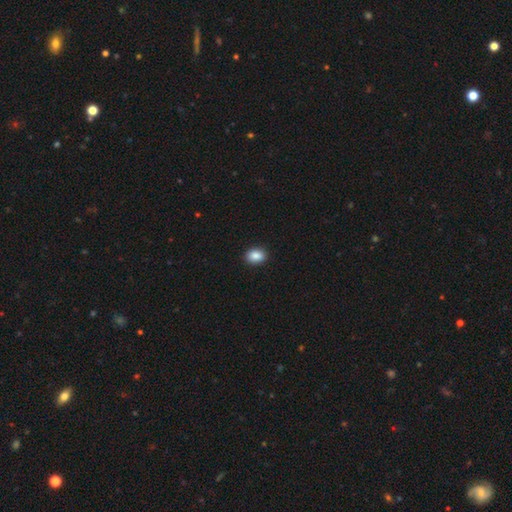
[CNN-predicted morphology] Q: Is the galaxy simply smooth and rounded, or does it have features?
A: smooth — 88%.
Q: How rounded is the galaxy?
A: in between — 73%.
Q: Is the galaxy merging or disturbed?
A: none — 91%.